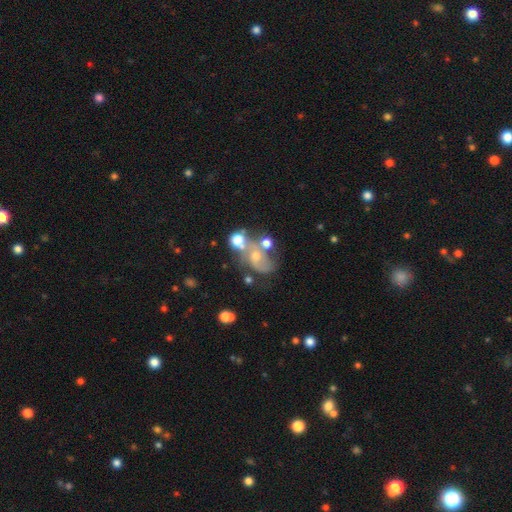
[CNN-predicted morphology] smooth_or_featured: featured or disk (p=0.59) [alt: smooth p=0.26]
disk_edge_on: no (p=0.97) [alt: yes p=0.03]
bar: no (p=0.67) [alt: weak p=0.26]
has_spiral_arms: yes (p=0.74) [alt: no p=0.26]
bulge_size: small (p=0.49) [alt: moderate p=0.40]
merging: none (p=0.33) [alt: merger p=0.29]